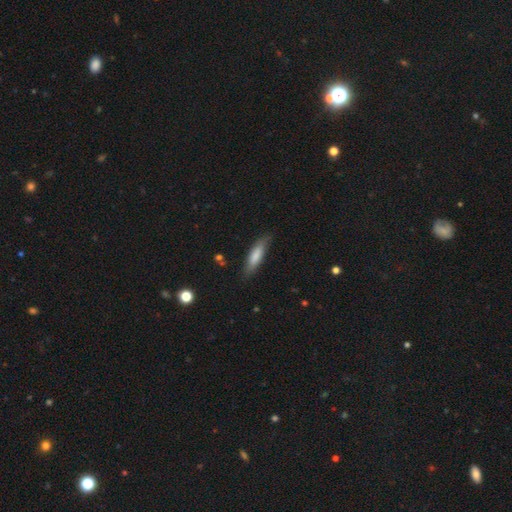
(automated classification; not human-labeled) Overall: smooth (74%). How rounded: cigar-shaped (68%; in between 31%). Merging: none (79%).